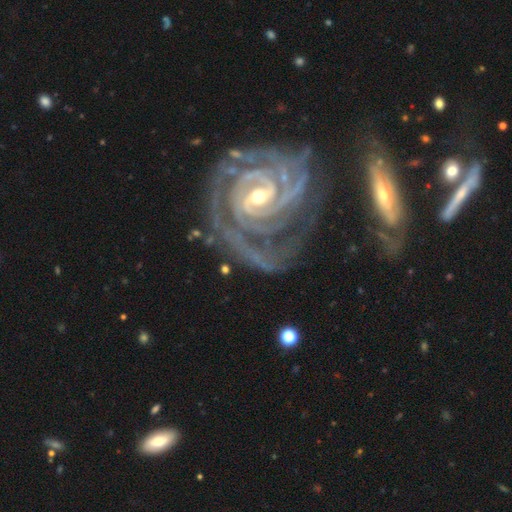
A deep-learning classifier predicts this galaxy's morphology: This is clearly a featured or disk galaxy (92%). It is clearly not viewed edge-on (96%). Bar: marginally weak (37%). Spiral arm pattern: clearly yes (98%). Spiral arm count: marginally 3 (32%). Spiral winding: likely tight (79%). Central bulge: possibly small (51%). Merging: likely none (61%).